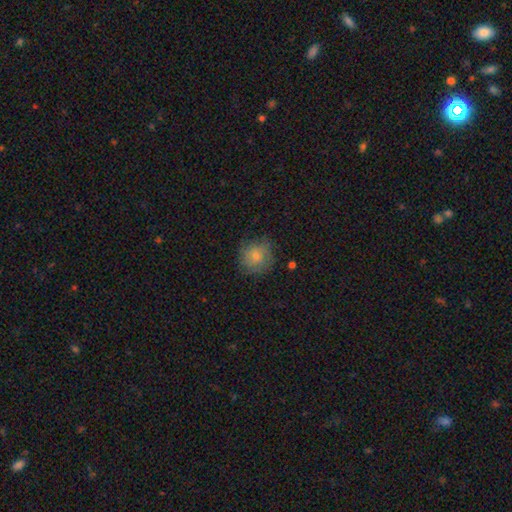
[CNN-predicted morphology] Smooth or featured? smooth (68%)
How rounded? round (87%)
Merging? none (75%)